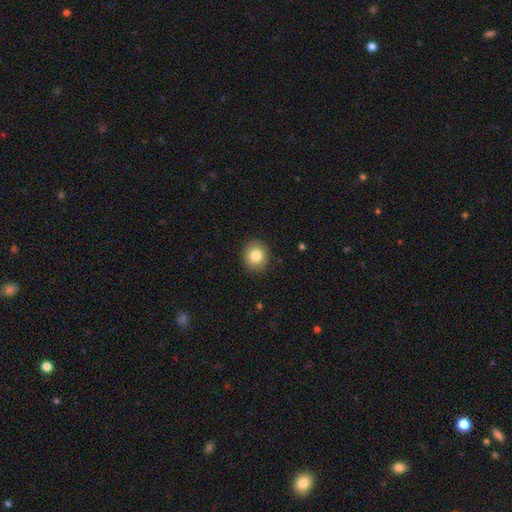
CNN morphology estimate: A smooth galaxy with no disk features (82%) that is round (81%). Merging: none (90%).